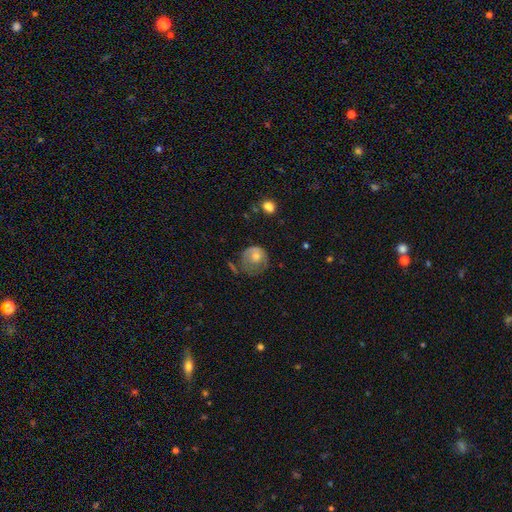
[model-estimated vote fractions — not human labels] This is possibly a smooth galaxy (55%). How rounded: likely round (78%). Merging: marginally none (39%).